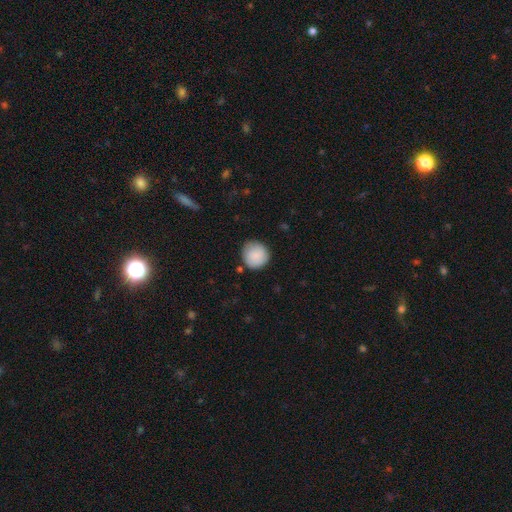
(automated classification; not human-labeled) The model was most divided on "merging": none: 82%, minor disturbance: 13%, major disturbance: 3%, merger: 2%. More confident: how rounded — round (92%); smooth or featured — smooth (88%).